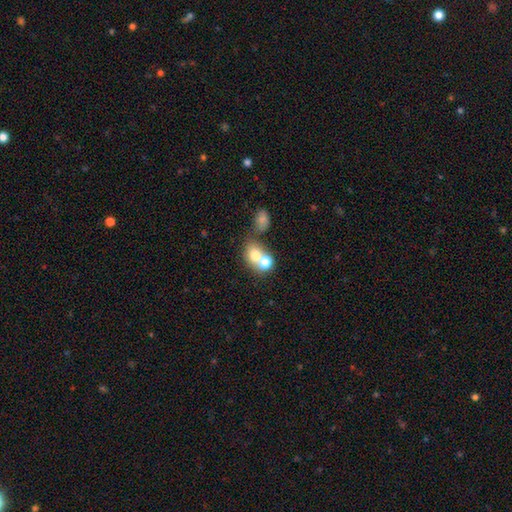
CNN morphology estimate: smooth 71%, featured or disk 17%, star or artifact 12%. Down the decision tree: how rounded — round (64%); merging — merger (60%).